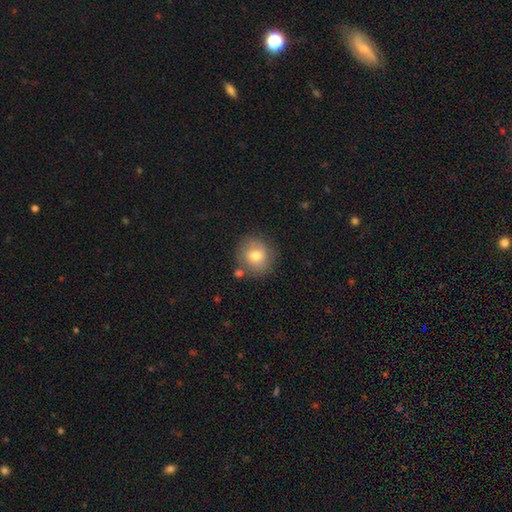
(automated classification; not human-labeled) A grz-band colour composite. It shows a smooth galaxy with no disk features (74%) that is round (85%). Merging: none (76%).